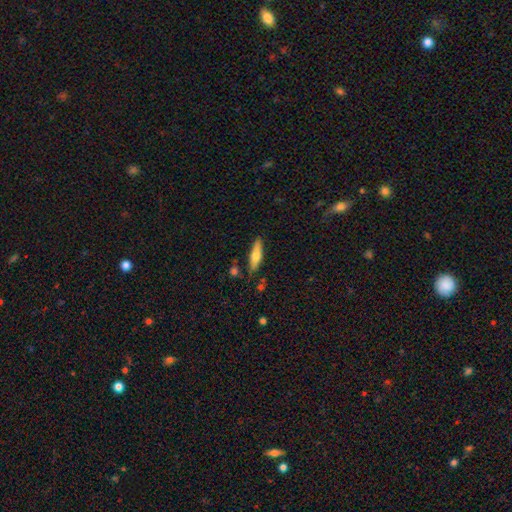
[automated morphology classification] The model was most divided on "how rounded": cigar-shaped: 64%, in between: 34%, round: 2%. More confident: merging — none (81%); smooth or featured — smooth (65%).